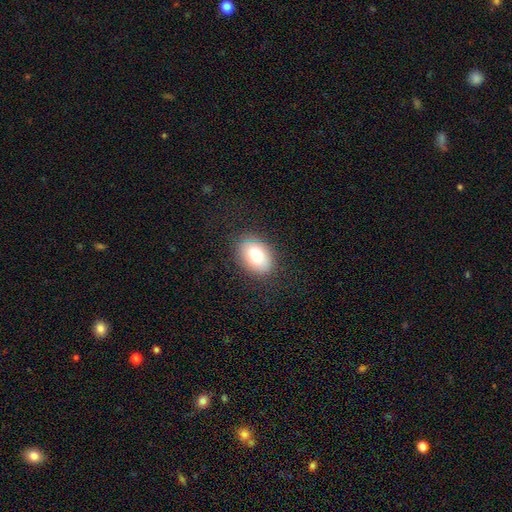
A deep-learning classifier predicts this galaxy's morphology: smooth_or_featured: smooth (p=0.78) [alt: featured or disk p=0.13]
how_rounded: in between (p=0.81) [alt: round p=0.17]
merging: none (p=0.83) [alt: minor disturbance p=0.12]